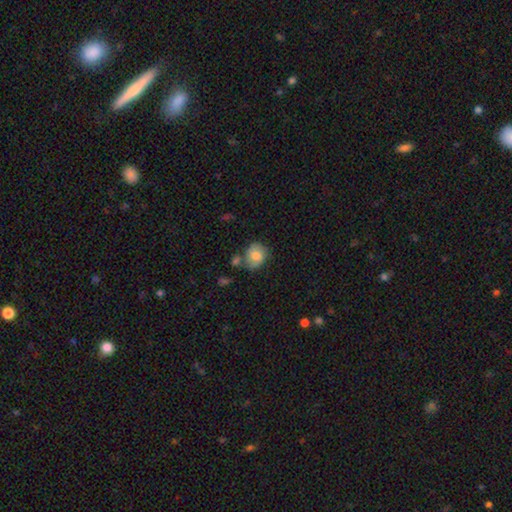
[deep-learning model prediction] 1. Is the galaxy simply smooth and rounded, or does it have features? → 72% smooth, 20% featured or disk, 8% star or artifact.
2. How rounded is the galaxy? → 64% round, 35% in between, 1% cigar-shaped.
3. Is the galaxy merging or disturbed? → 57% none, 22% minor disturbance, 14% merger, 7% major disturbance.